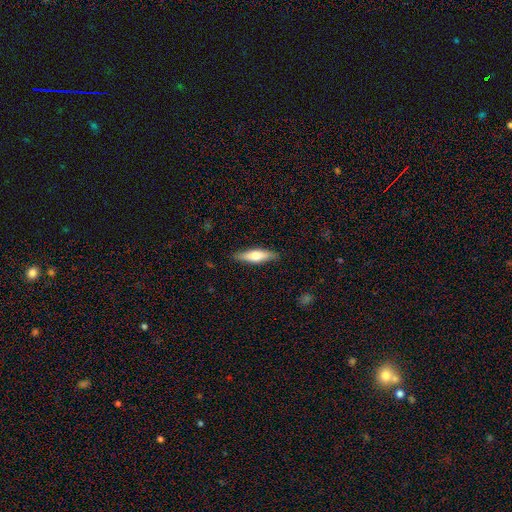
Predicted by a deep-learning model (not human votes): Smooth or featured? smooth (59%)
How rounded? cigar-shaped (60%)
Merging? none (86%)